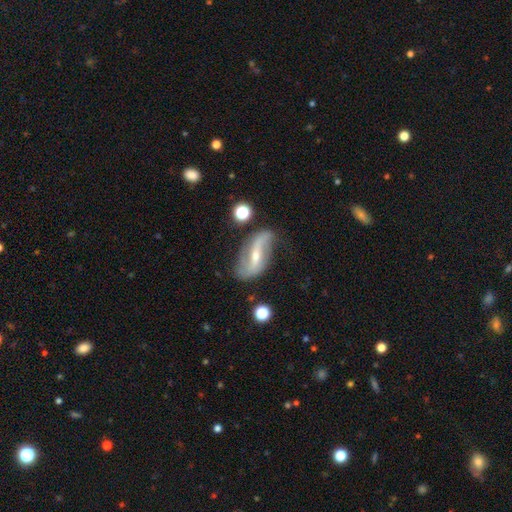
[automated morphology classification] This is clearly a featured or disk galaxy (80%). It is clearly not viewed edge-on (90%). Bar: possibly strong (47%). Spiral arm pattern: clearly yes (90%). Spiral arm count: clearly 2 (88%). Spiral winding: likely loose (78%). Central bulge: possibly small (55%). Merging: likely none (64%).